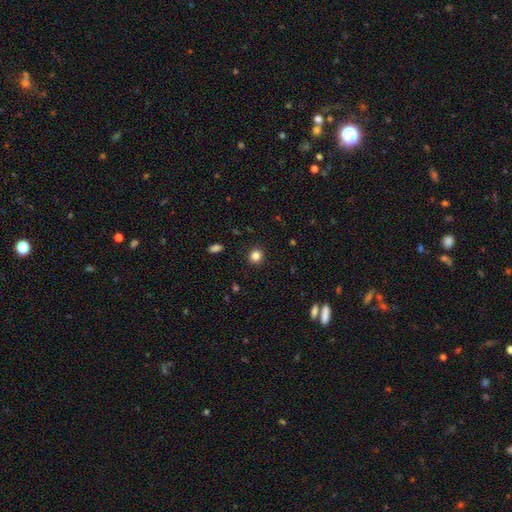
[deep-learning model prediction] The model was most divided on "smooth or featured": smooth: 83%, star or artifact: 12%, featured or disk: 5%. More confident: merging — none (92%); how rounded — round (91%).